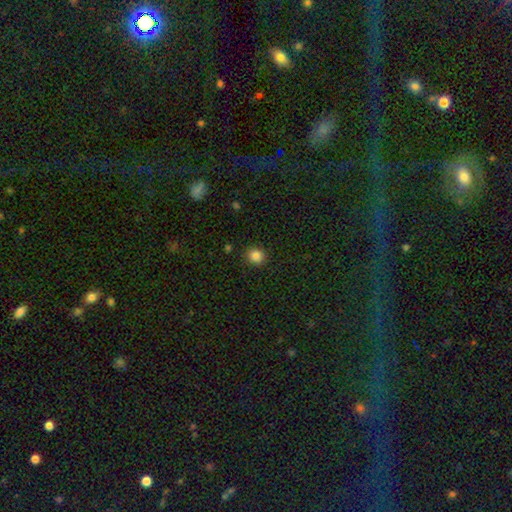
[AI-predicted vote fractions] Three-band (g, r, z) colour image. It shows a smooth galaxy with no disk features (85%) that is round (86%). Merging: none (90%).